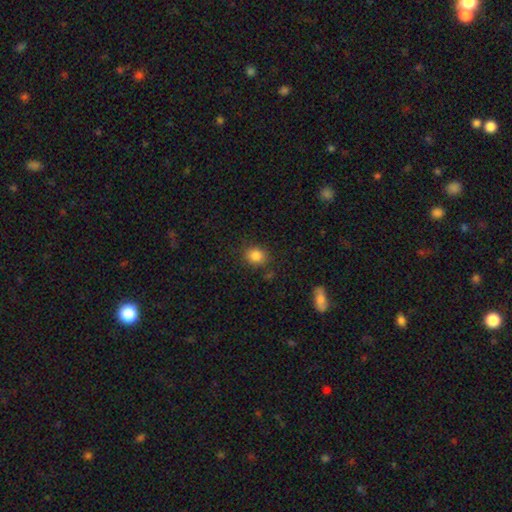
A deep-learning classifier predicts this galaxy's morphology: The model was most divided on "how rounded": round: 72%, in between: 27%, cigar-shaped: 1%. More confident: smooth or featured — smooth (85%); merging — none (82%).